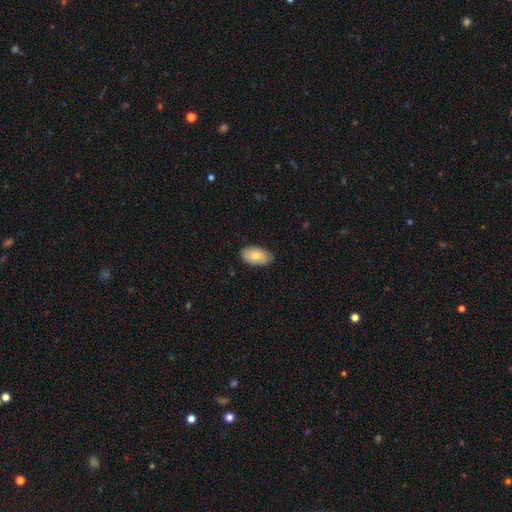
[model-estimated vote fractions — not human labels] smooth-or-featured: smooth: 76% | featured or disk: 18% | star or artifact: 6%
  how-rounded: in between: 94% | round: 5% | cigar-shaped: 1%
  merging: none: 82% | minor disturbance: 15% | major disturbance: 2% | merger: 1%